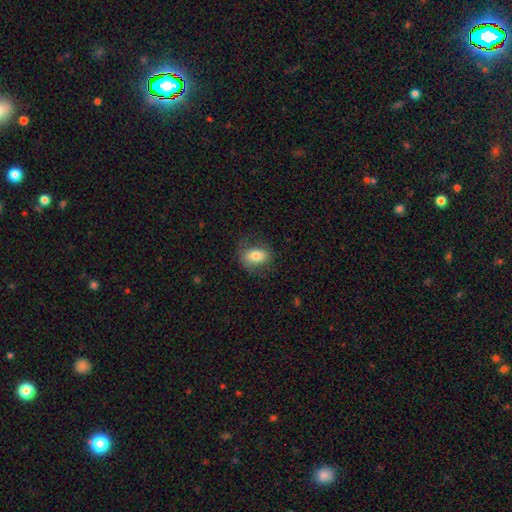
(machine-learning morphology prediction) Smooth or featured? Predicted: smooth (p=0.73). How rounded? Predicted: in between (p=0.81). Merging? Predicted: none (p=0.71).